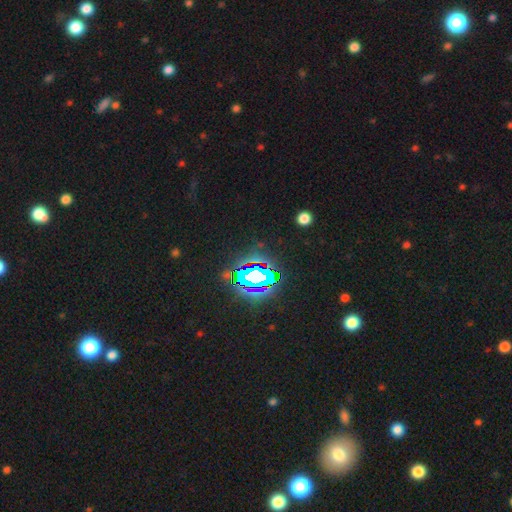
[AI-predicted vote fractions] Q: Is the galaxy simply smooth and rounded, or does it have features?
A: star or artifact — 82%.